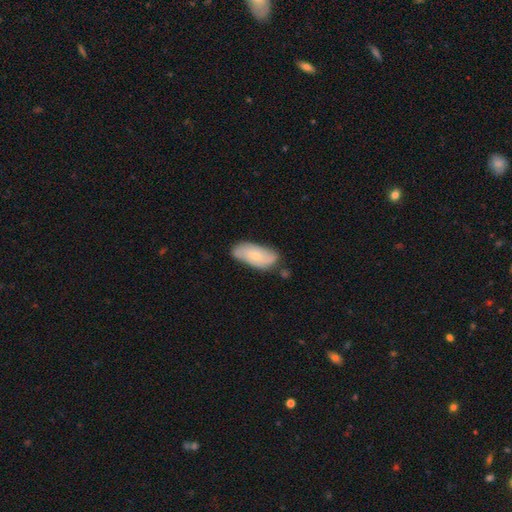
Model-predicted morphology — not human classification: A smooth galaxy with no disk features (57%) that is in between round and cigar-shaped (87%). Merging: none (68%).